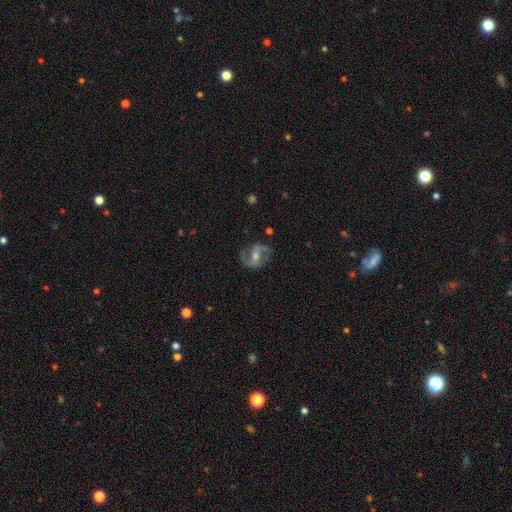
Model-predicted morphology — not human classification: type=featured or disk (85%); edge-on=no (97%); bar=weak (43%); spiral arms=yes (95%); winding=medium (50%); arm count=2 (91%); bulge=moderate (49%); merging=none (80%).